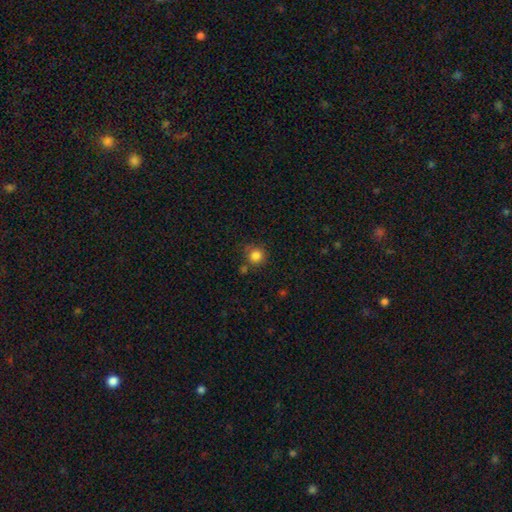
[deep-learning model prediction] smooth 84%, star or artifact 11%, featured or disk 5%. Down the decision tree: how rounded — round (91%); merging — none (73%).